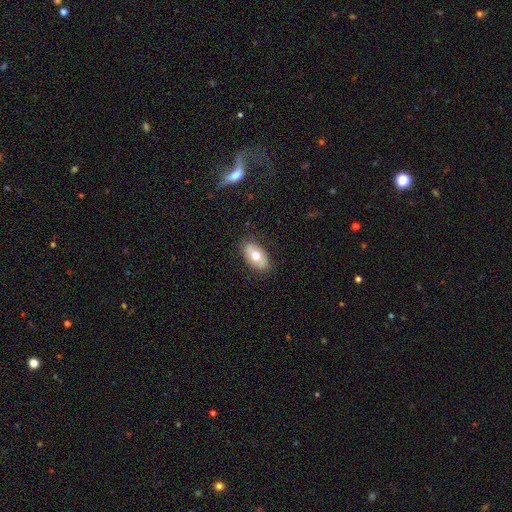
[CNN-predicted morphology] Smooth or featured?
  - smooth: 63% *
  - featured or disk: 30%
  - star or artifact: 7%
How rounded?
  - in between: 91% *
  - round: 7%
  - cigar-shaped: 2%
Merging?
  - none: 83% *
  - minor disturbance: 13%
  - major disturbance: 3%
  - merger: 1%